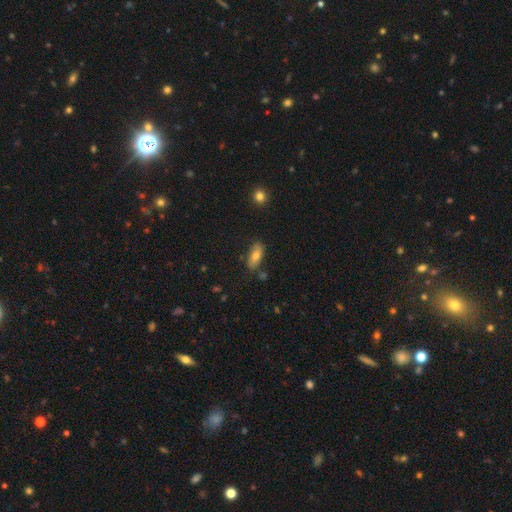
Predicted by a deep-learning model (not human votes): A smooth galaxy with no disk features (74%) that is in between round and cigar-shaped (82%).

Vote fractions:
- Smooth or featured? smooth: 74% / featured or disk: 19% / star or artifact: 8%
- How rounded? in between: 82% / cigar-shaped: 15% / round: 3%
- Merging? none: 77% / minor disturbance: 15% / merger: 5% / major disturbance: 3%